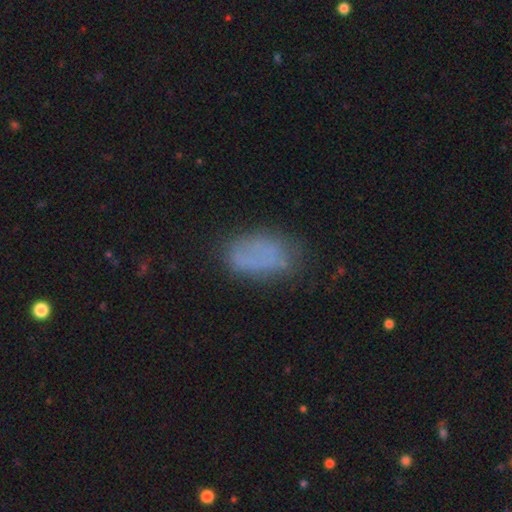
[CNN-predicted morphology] type=smooth (68%); roundness=in between (91%); merging=none (69%).